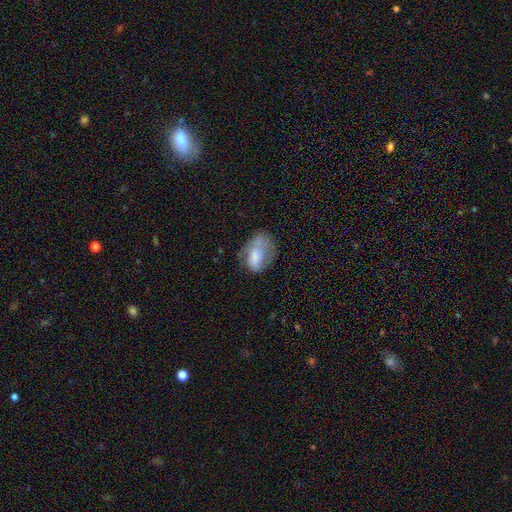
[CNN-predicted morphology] Q: Smooth or featured?
A: smooth (60%); runner-up: featured or disk (32%)
Q: How rounded?
A: in between (82%); runner-up: round (16%)
Q: Merging?
A: none (37%); runner-up: minor disturbance (31%)